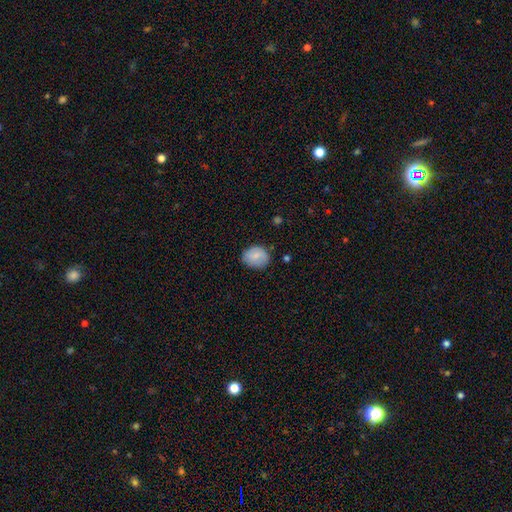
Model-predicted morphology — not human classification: smooth_or_featured: smooth (p=0.76) [alt: featured or disk p=0.17]
how_rounded: round (p=0.57) [alt: in between p=0.42]
merging: none (p=0.71) [alt: minor disturbance p=0.23]